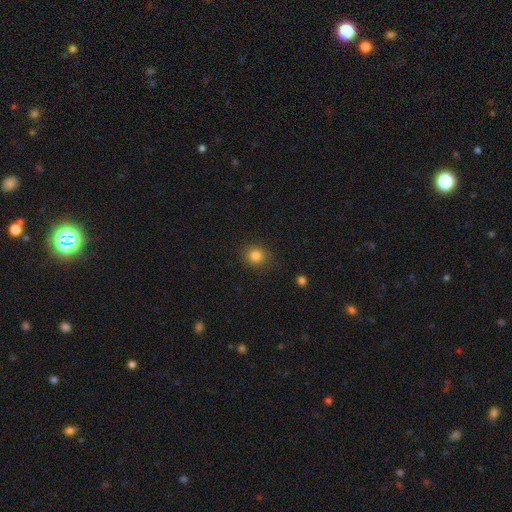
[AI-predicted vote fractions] Smooth or featured: smooth — 83% (star or artifact — 12%)
How rounded: round — 84% (in between — 15%)
Merging: none — 86% (minor disturbance — 10%)